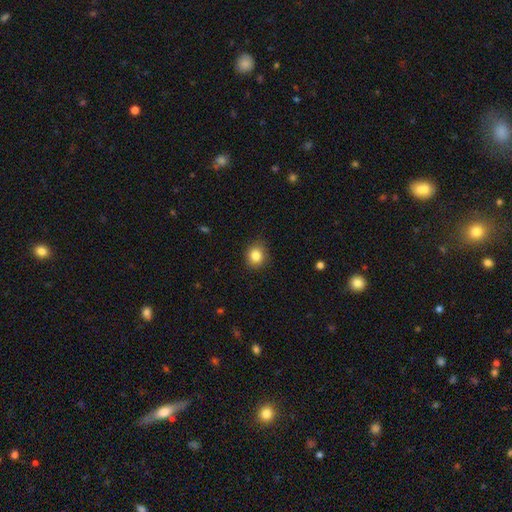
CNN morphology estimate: smooth 84%, star or artifact 10%, featured or disk 6%. Down the decision tree: how rounded — round (75%); merging — none (85%).